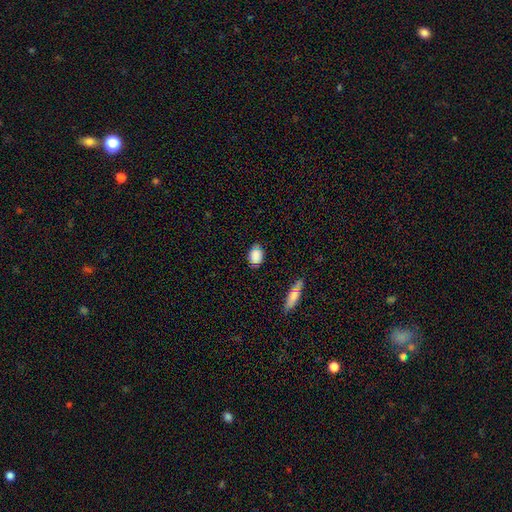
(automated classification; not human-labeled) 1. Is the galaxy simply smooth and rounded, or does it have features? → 84% smooth, 9% star or artifact, 7% featured or disk.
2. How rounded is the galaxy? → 71% in between, 27% round, 2% cigar-shaped.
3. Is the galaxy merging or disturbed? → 78% none, 17% minor disturbance, 3% major disturbance, 2% merger.